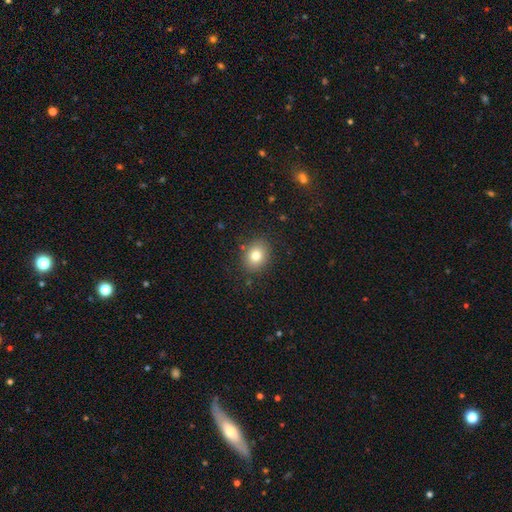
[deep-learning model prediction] Smooth or featured: smooth — 80% (star or artifact — 11%)
How rounded: round — 53% (in between — 46%)
Merging: none — 86% (minor disturbance — 9%)